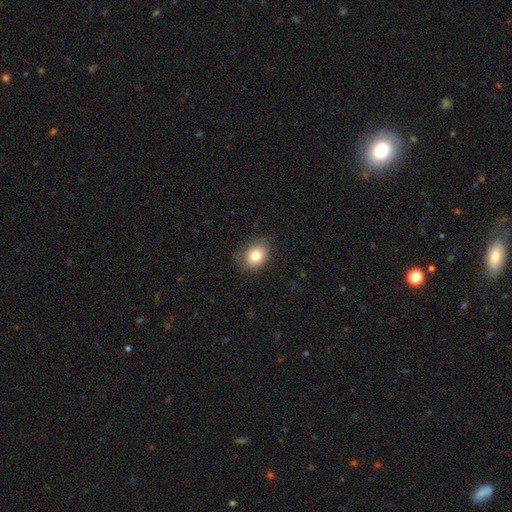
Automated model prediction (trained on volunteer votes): Overall: smooth (80%). How rounded: in between (55%; round 44%). Merging: none (75%).